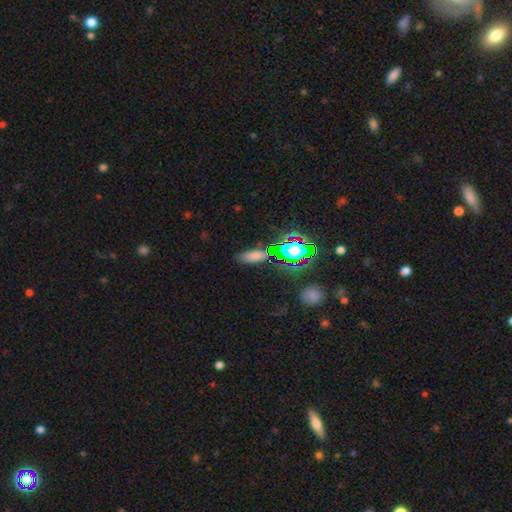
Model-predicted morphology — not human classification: Smooth or featured? Predicted: smooth (p=0.65). How rounded? Predicted: in between (p=0.70). Merging? Predicted: none (p=0.79).